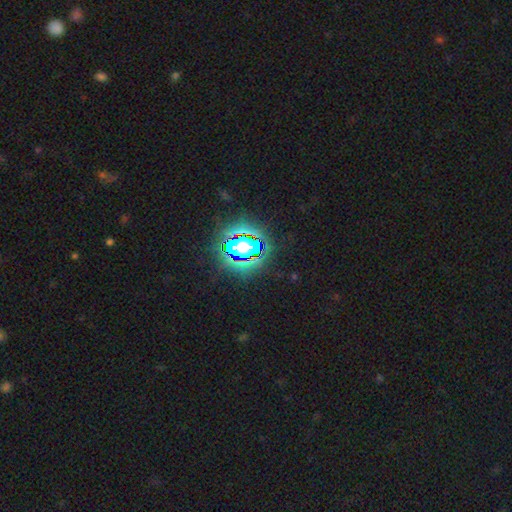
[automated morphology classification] star or artifact 74%, smooth 16%, featured or disk 10%.